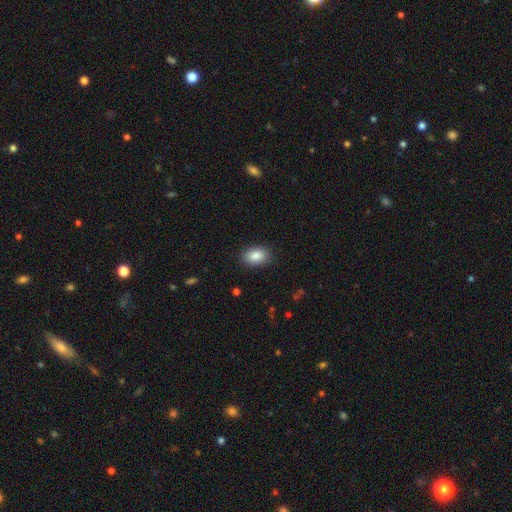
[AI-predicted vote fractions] Smooth or featured: smooth — 87% (star or artifact — 8%)
How rounded: in between — 86% (round — 13%)
Merging: none — 87% (minor disturbance — 9%)